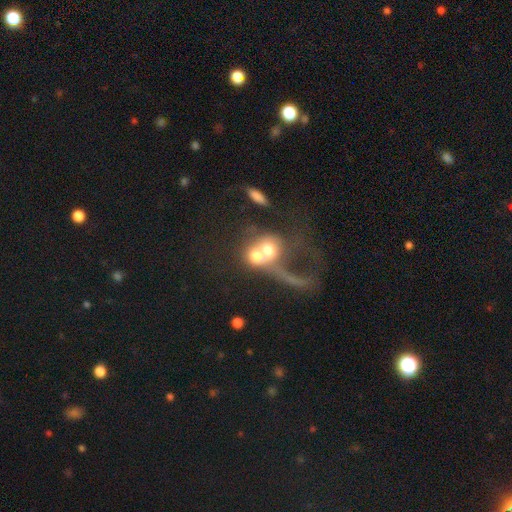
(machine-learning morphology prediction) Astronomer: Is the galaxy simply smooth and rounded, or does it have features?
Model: smooth — 53% (runner-up: featured or disk, 36%).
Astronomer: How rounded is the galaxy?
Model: round — 66%.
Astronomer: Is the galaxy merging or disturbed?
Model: merger — 70%.